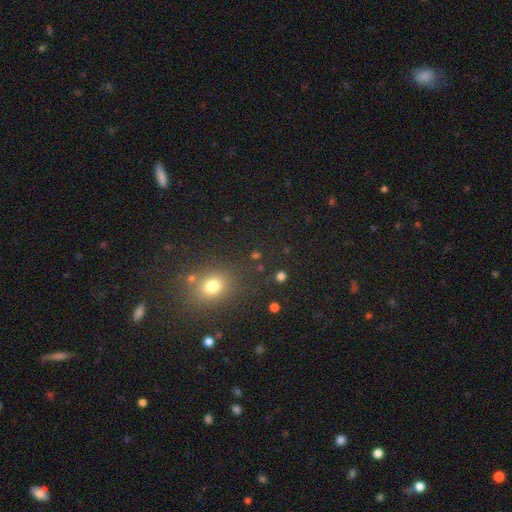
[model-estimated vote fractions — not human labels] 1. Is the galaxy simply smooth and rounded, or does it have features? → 59% smooth, 33% star or artifact, 8% featured or disk.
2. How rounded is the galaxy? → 71% round, 27% in between, 2% cigar-shaped.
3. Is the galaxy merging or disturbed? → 82% none, 9% minor disturbance, 6% merger, 4% major disturbance.